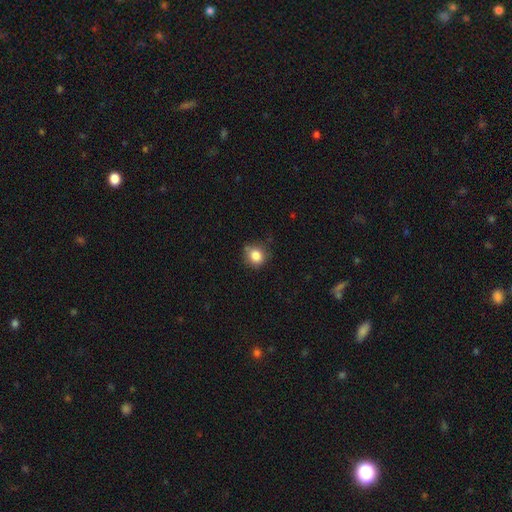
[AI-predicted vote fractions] Smooth or featured?
  - smooth: 83% *
  - star or artifact: 10%
  - featured or disk: 6%
How rounded?
  - round: 74% *
  - in between: 25%
  - cigar-shaped: 1%
Merging?
  - none: 70% *
  - minor disturbance: 23%
  - major disturbance: 5%
  - merger: 2%